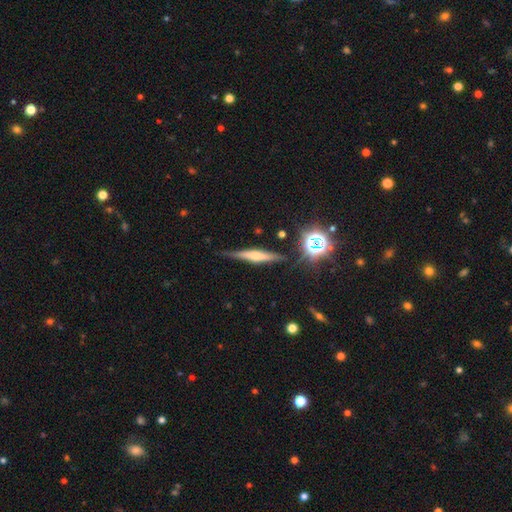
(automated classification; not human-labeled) smooth-or-featured: featured or disk: 56% | smooth: 32% | star or artifact: 12%
  disk-edge-on: yes: 94% | no: 6%
    edge-on-bulge: rounded: 70% | boxy: 16% | none: 14%
  merging: none: 80% | minor disturbance: 15% | major disturbance: 3% | merger: 3%